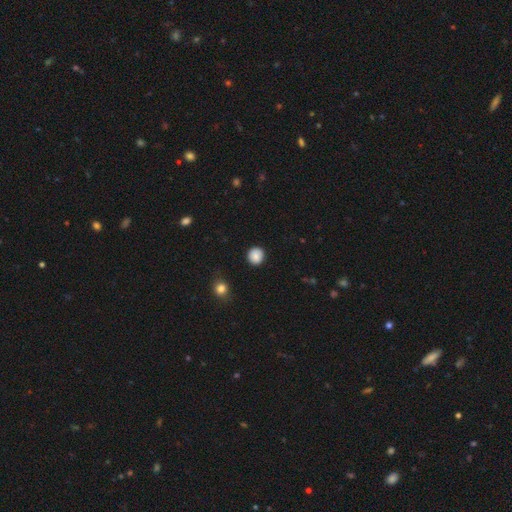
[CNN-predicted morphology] Smooth or featured? Predicted: smooth (p=0.86). How rounded? Predicted: round (p=0.91). Merging? Predicted: none (p=0.89).